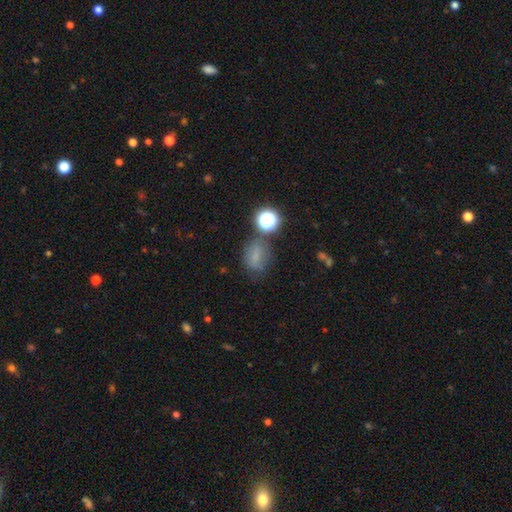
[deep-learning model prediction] Smooth or featured: smooth — 62% (star or artifact — 25%)
How rounded: in between — 52% (round — 47%)
Merging: none — 60% (minor disturbance — 21%)